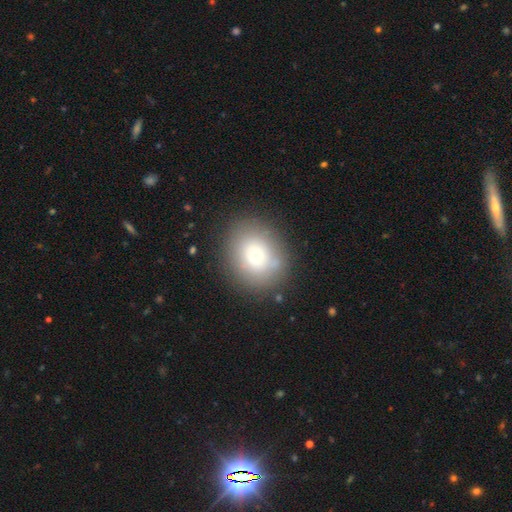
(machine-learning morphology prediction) The model was most divided on "how rounded": round: 74%, in between: 25%, cigar-shaped: 1%. More confident: merging — none (82%); smooth or featured — smooth (68%).